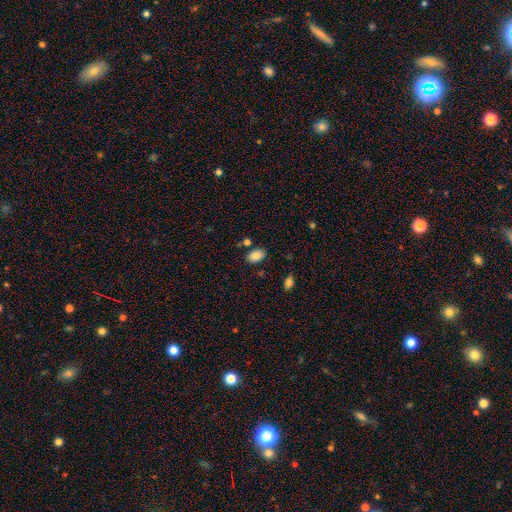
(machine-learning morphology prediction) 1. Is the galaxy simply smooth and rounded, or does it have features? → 85% smooth, 8% star or artifact, 8% featured or disk.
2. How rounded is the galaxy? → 92% in between, 7% round, 1% cigar-shaped.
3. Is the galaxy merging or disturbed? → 79% none, 12% minor disturbance, 6% merger, 3% major disturbance.